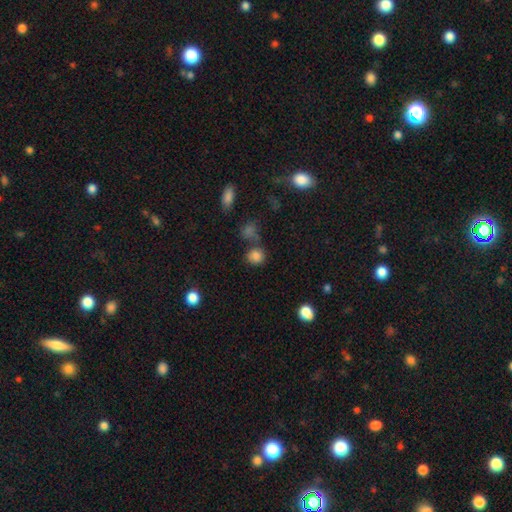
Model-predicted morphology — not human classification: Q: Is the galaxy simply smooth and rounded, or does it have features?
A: smooth — 81%.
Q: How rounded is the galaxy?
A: round — 81%.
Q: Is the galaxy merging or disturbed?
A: none — 61%.